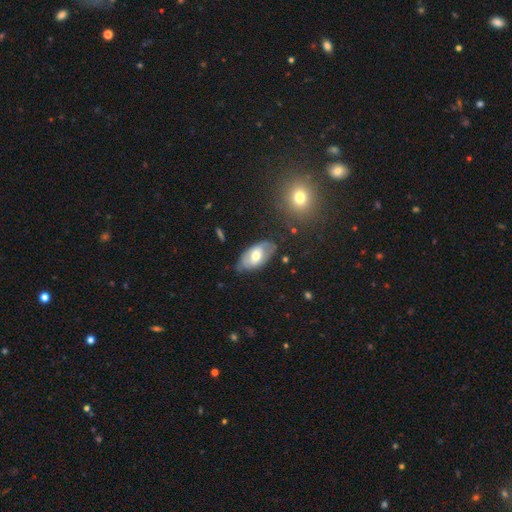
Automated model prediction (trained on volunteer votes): This is possibly a smooth galaxy (51%). How rounded: clearly in between (93%). Merging: likely none (67%).